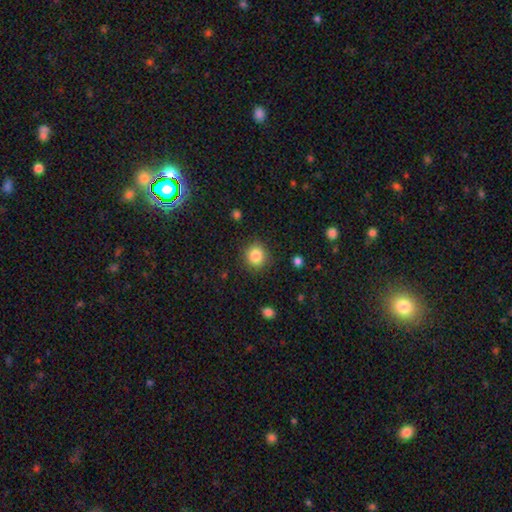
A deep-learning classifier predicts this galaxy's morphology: Smooth or featured: smooth — 85% (star or artifact — 10%)
How rounded: round — 84% (in between — 15%)
Merging: none — 87% (minor disturbance — 9%)